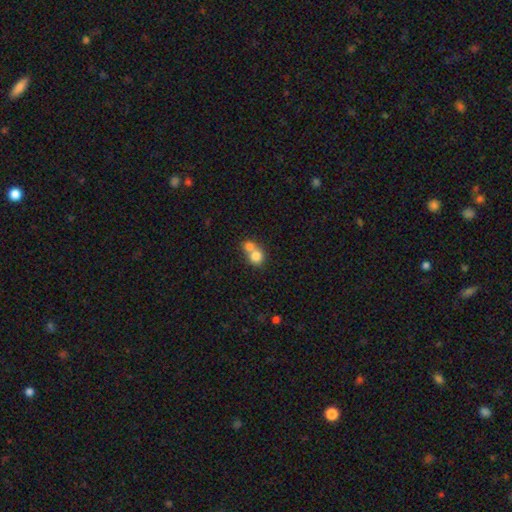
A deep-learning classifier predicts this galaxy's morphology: This appears to be a smooth galaxy with no disk features (77%) that is round (76%). Merging: merger (66%).